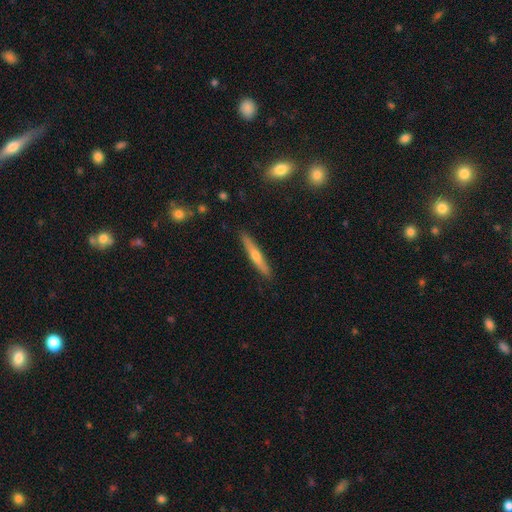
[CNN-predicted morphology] Q: Smooth or featured?
A: featured or disk (59%); runner-up: smooth (34%)
Q: Edge-on disk?
A: yes (96%); runner-up: no (4%)
Q: Edge-on bulge?
A: rounded (84%); runner-up: none (13%)
Q: Merging?
A: none (89%); runner-up: minor disturbance (8%)